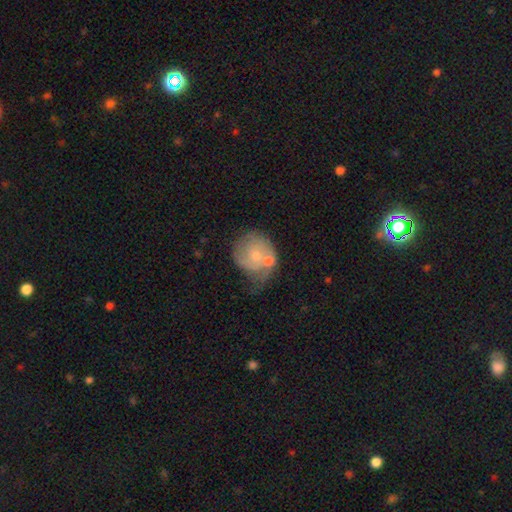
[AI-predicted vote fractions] A featured or disk galaxy (58%) with no bar (76%), spiral arms (74%) and a small central bulge (48%). Merging: none (32%).